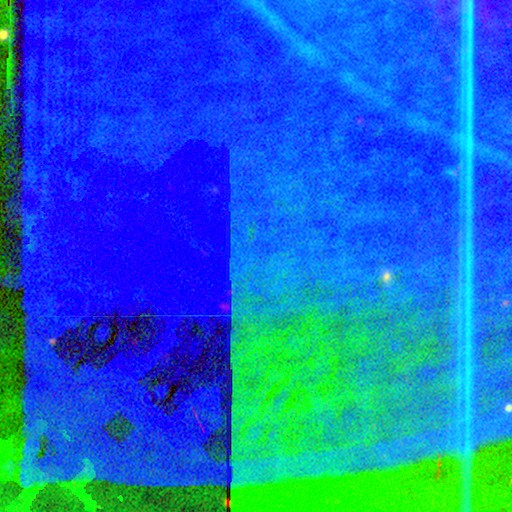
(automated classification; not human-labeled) Q: Smooth or featured?
A: star or artifact (87%); runner-up: featured or disk (6%)